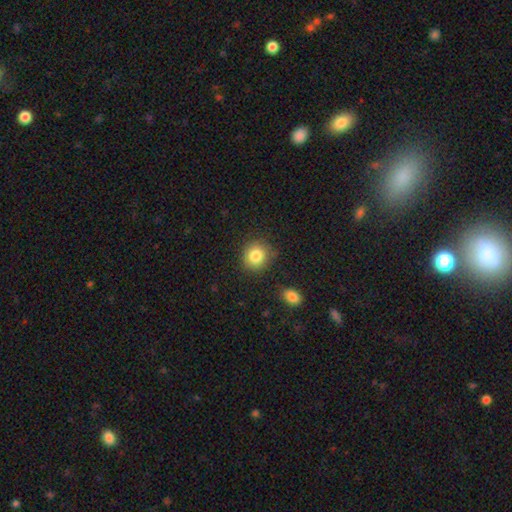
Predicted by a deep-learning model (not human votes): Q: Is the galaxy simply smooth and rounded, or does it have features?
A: smooth — 84%.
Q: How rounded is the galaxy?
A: round — 84%.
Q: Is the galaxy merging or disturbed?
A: none — 82%.